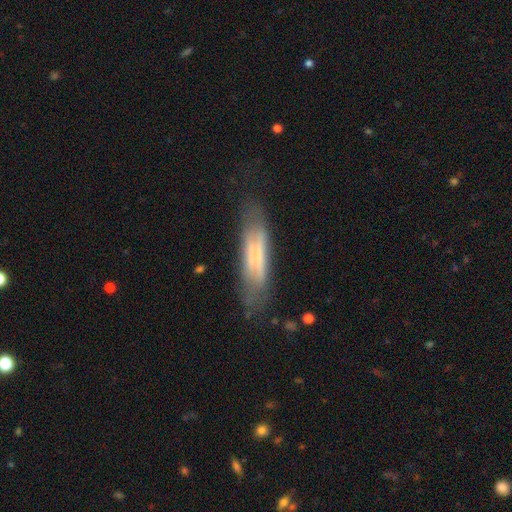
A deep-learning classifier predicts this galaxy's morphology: The model was most divided on "smooth or featured": featured or disk: 48%, smooth: 44%, star or artifact: 8%. More confident: merging — none (63%).